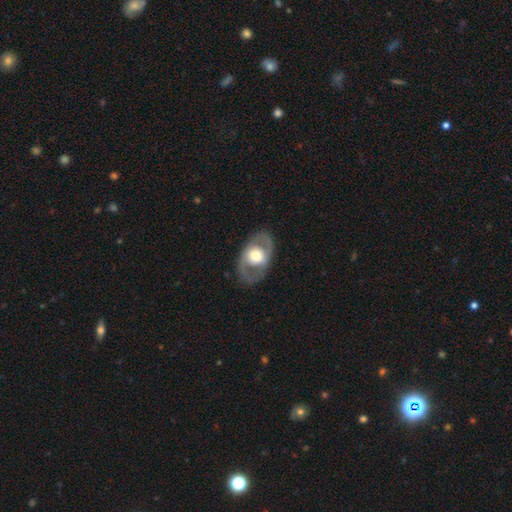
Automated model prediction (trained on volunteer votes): smooth_or_featured: featured or disk (p=0.67) [alt: smooth p=0.28]
disk_edge_on: no (p=0.92) [alt: yes p=0.08]
bar: no (p=0.69) [alt: weak p=0.21]
has_spiral_arms: no (p=0.54) [alt: yes p=0.46]
bulge_size: moderate (p=0.56) [alt: large p=0.34]
merging: none (p=0.82) [alt: minor disturbance p=0.10]